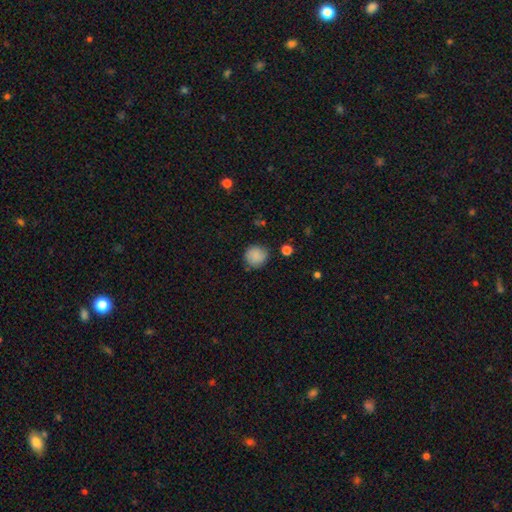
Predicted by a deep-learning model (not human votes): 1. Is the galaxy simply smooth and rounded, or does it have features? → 86% smooth, 9% star or artifact, 5% featured or disk.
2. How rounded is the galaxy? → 90% round, 9% in between, 1% cigar-shaped.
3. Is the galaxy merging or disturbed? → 82% none, 13% minor disturbance, 3% major disturbance, 2% merger.